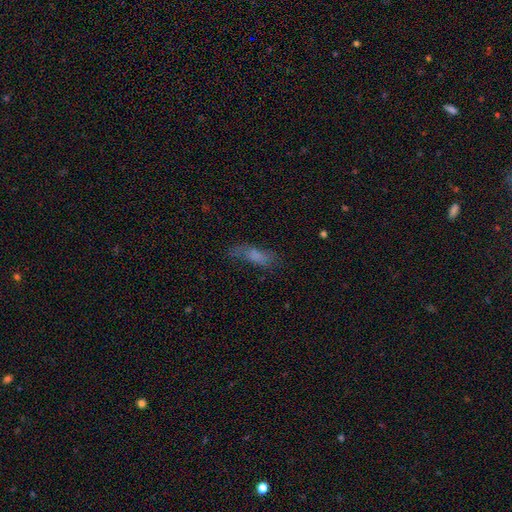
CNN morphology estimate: Smooth or featured? smooth (65%)
How rounded? in between (54%)
Merging? none (54%)